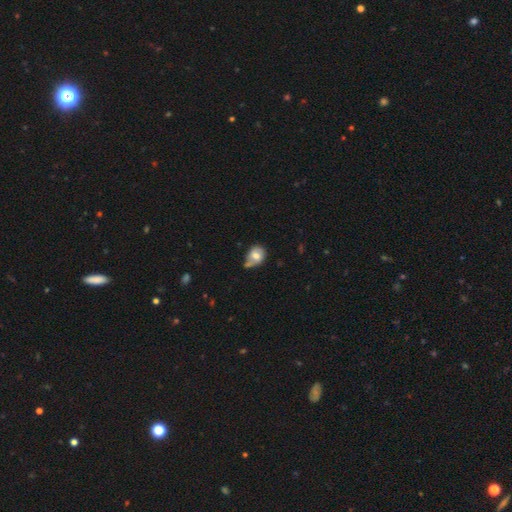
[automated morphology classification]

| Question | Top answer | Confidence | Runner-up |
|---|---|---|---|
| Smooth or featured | smooth | 63% | featured or disk (28%) |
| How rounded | in between | 52% | round (47%) |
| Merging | none | 38% | minor disturbance (33%) |